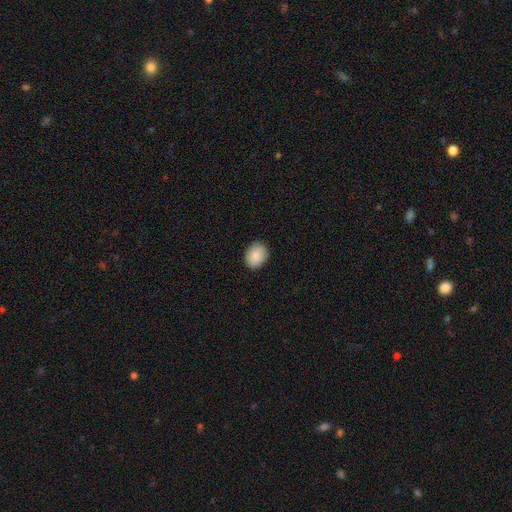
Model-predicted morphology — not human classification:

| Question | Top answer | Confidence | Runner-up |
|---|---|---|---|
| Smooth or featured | smooth | 88% | star or artifact (7%) |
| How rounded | in between | 55% | round (44%) |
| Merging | none | 89% | minor disturbance (9%) |